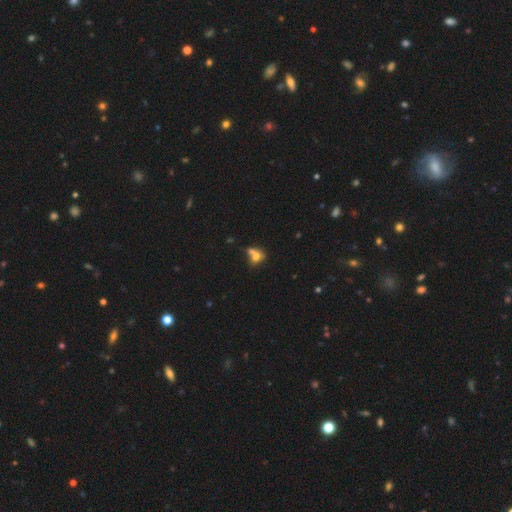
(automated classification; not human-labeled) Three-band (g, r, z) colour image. It shows a smooth galaxy with no disk features (68%) that is in between round and cigar-shaped (52%). Merging: merger (54%).